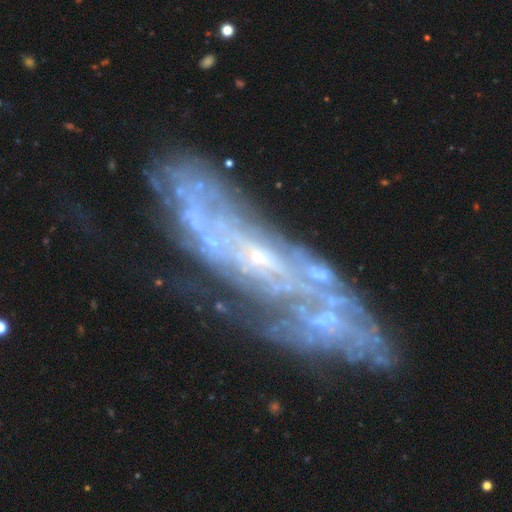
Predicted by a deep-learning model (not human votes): This is likely a featured or disk galaxy (79%). It is clearly not viewed edge-on (84%). Bar: likely no (70%). Spiral arm pattern: likely yes (69%). Central bulge: likely small (72%). Merging: marginally none (44%).